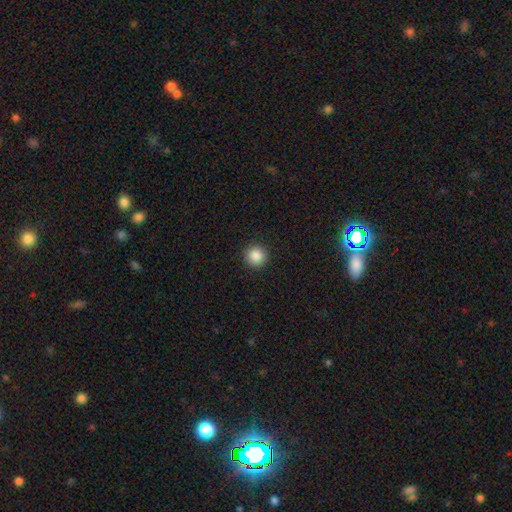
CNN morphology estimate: smooth-or-featured: smooth: 87% | star or artifact: 10% | featured or disk: 4%
  how-rounded: round: 95% | in between: 4% | cigar-shaped: 1%
  merging: none: 93% | minor disturbance: 5% | major disturbance: 2% | merger: 1%